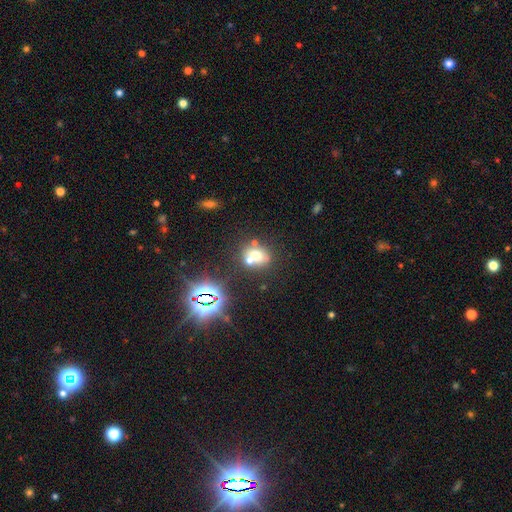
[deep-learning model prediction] Morphology: type=smooth (58%); roundness=round (59%); merging=none (46%).